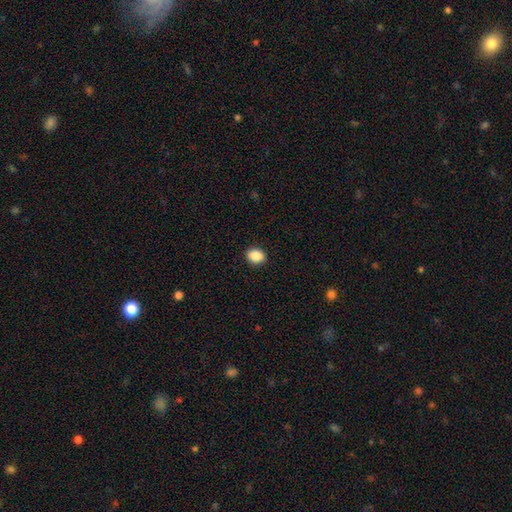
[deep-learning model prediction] A smooth galaxy with no disk features (88%) that is in between round and cigar-shaped (62%).

Vote fractions:
- Smooth or featured? smooth: 88% / star or artifact: 8% / featured or disk: 3%
- How rounded? in between: 62% / round: 37% / cigar-shaped: 1%
- Merging? none: 91% / minor disturbance: 6% / major disturbance: 2% / merger: 1%